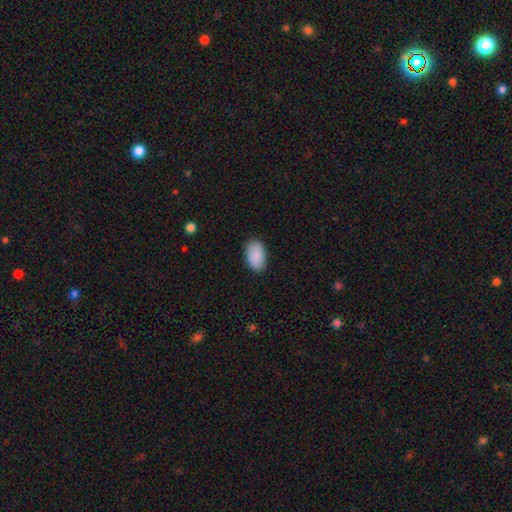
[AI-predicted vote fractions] The model was most divided on "merging": none: 86%, minor disturbance: 10%, major disturbance: 2%, merger: 1%. More confident: how rounded — in between (94%); smooth or featured — smooth (90%).